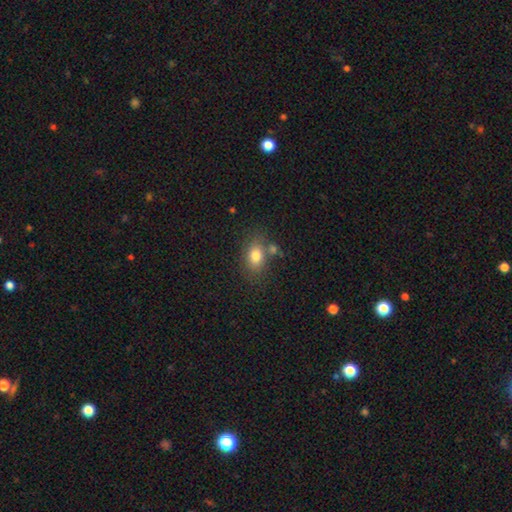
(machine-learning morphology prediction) Smooth or featured? Predicted: smooth (p=0.79). How rounded? Predicted: in between (p=0.74). Merging? Predicted: none (p=0.67).